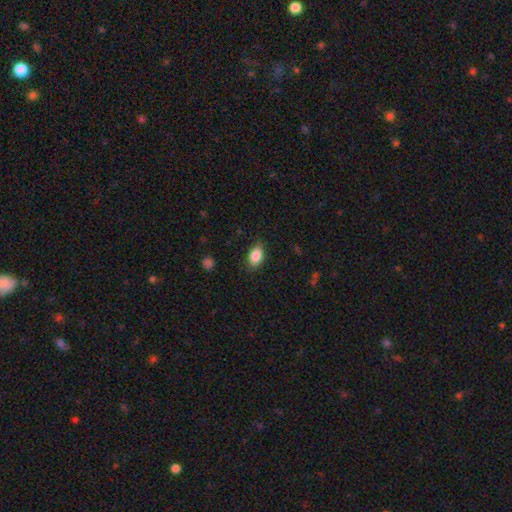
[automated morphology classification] smooth-or-featured: smooth: 86% | star or artifact: 8% | featured or disk: 6%
  how-rounded: in between: 86% | round: 12% | cigar-shaped: 2%
  merging: none: 84% | minor disturbance: 13% | major disturbance: 3% | merger: 1%